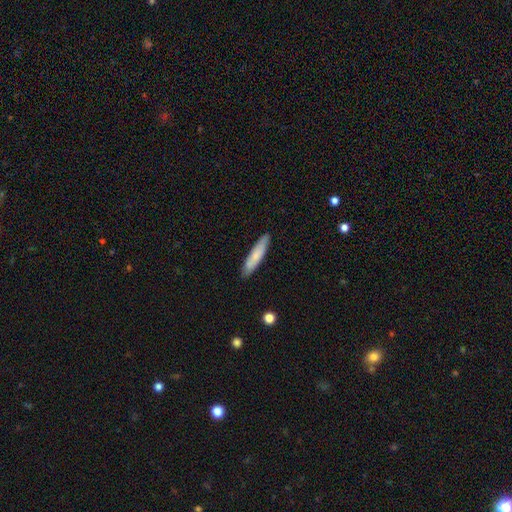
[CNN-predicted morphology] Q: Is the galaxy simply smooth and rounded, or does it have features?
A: smooth — 74%.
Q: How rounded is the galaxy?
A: cigar-shaped — 86%.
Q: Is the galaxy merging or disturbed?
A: none — 88%.